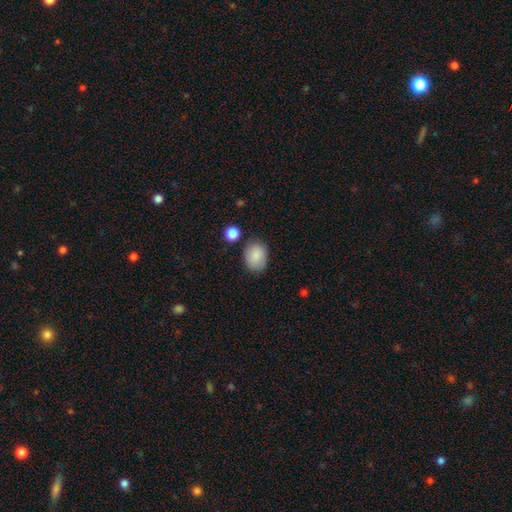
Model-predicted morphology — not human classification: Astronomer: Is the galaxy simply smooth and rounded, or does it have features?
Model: smooth — 87%.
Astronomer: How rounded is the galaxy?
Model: in between — 63%.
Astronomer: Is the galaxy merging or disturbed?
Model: none — 77%.